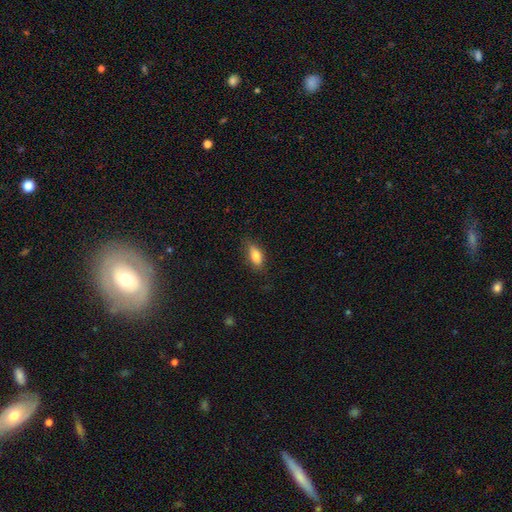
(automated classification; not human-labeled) A smooth galaxy with no disk features (82%) that is in between round and cigar-shaped (83%).

Vote fractions:
- Smooth or featured? smooth: 82% / featured or disk: 10% / star or artifact: 7%
- How rounded? in between: 83% / cigar-shaped: 13% / round: 4%
- Merging? none: 77% / minor disturbance: 18% / major disturbance: 4% / merger: 1%